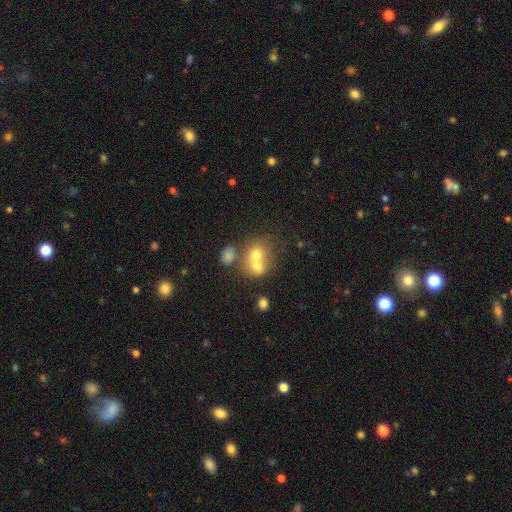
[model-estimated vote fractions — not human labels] Q: Smooth or featured?
A: smooth (60%); runner-up: featured or disk (24%)
Q: How rounded?
A: round (65%); runner-up: in between (34%)
Q: Merging?
A: merger (61%); runner-up: none (28%)